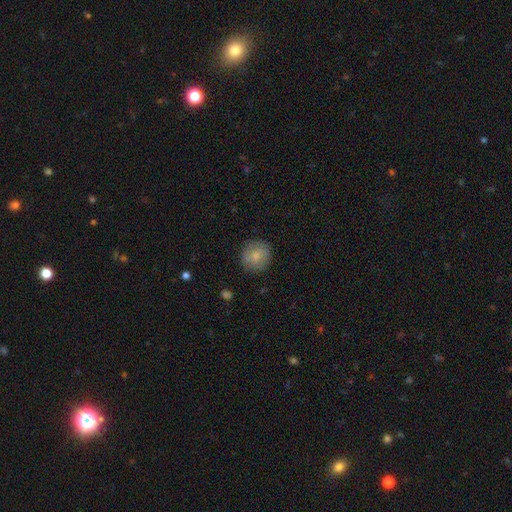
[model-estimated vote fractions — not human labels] Smooth or featured: smooth — 77% (featured or disk — 15%)
How rounded: round — 89% (in between — 10%)
Merging: none — 84% (minor disturbance — 12%)